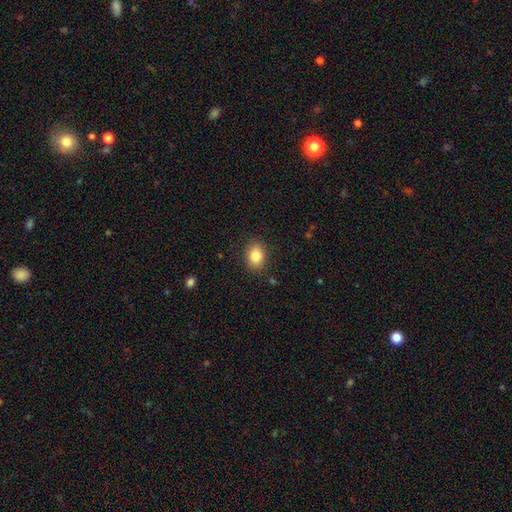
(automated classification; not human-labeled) This is clearly a smooth galaxy (85%). How rounded: likely in between (65%). Merging: clearly none (87%).